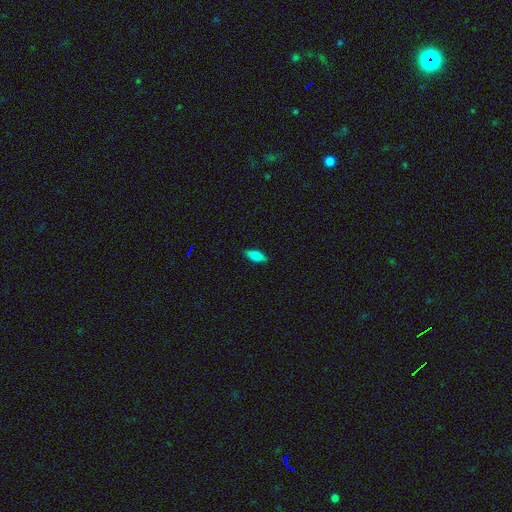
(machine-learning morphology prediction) The model was most divided on "how rounded": in between: 79%, cigar-shaped: 19%, round: 2%. More confident: merging — none (87%); smooth or featured — smooth (82%).